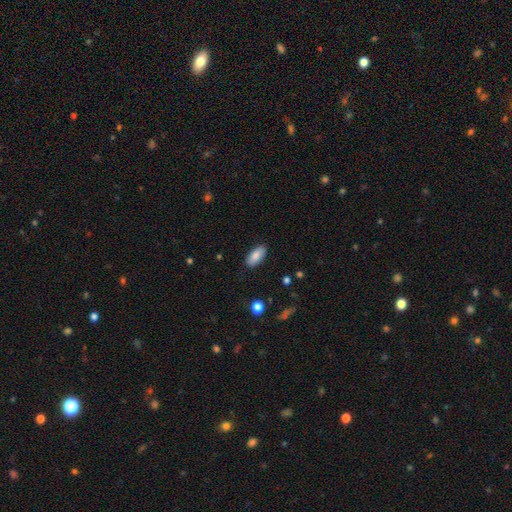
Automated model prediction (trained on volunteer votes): smooth_or_featured: smooth (p=0.85) [alt: featured or disk p=0.08]
how_rounded: in between (p=0.90) [alt: cigar-shaped p=0.08]
merging: none (p=0.87) [alt: minor disturbance p=0.10]